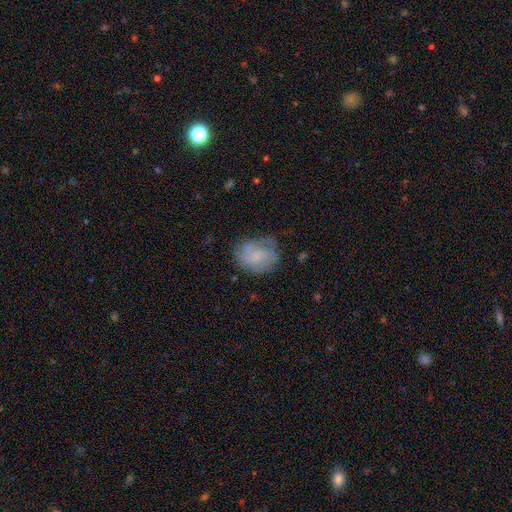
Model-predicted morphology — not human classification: Smooth or featured? featured or disk (61%)
Edge-on disk? no (98%)
Bar? no (65%)
Spiral arms? yes (81%)
Bulge size? small (58%)
Merging? none (62%)